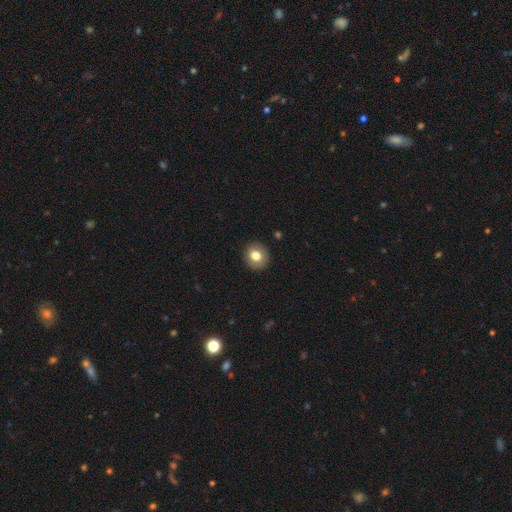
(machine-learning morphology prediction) smooth_or_featured: smooth (p=0.79) [alt: featured or disk p=0.12]
how_rounded: round (p=0.84) [alt: in between p=0.15]
merging: none (p=0.90) [alt: minor disturbance p=0.07]